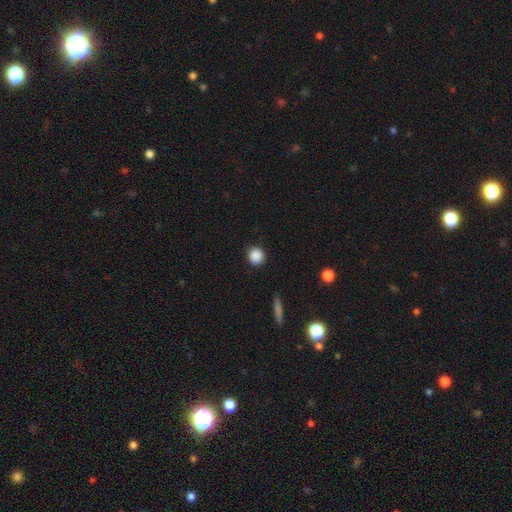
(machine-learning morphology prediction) smooth_or_featured: smooth (p=0.88) [alt: star or artifact p=0.09]
how_rounded: round (p=0.94) [alt: in between p=0.05]
merging: none (p=0.90) [alt: minor disturbance p=0.07]